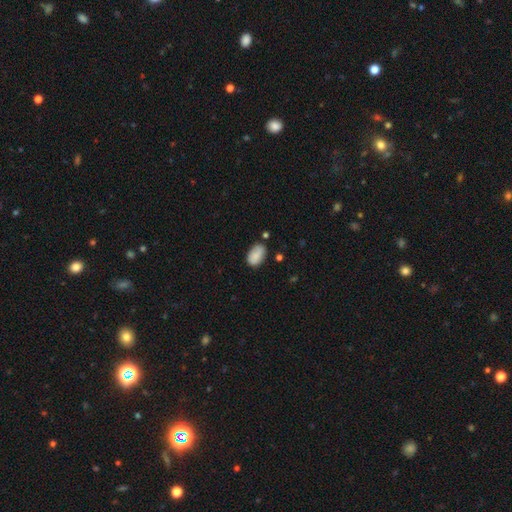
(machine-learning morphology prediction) This is clearly a smooth galaxy (86%). How rounded: clearly in between (92%). Merging: likely none (70%).